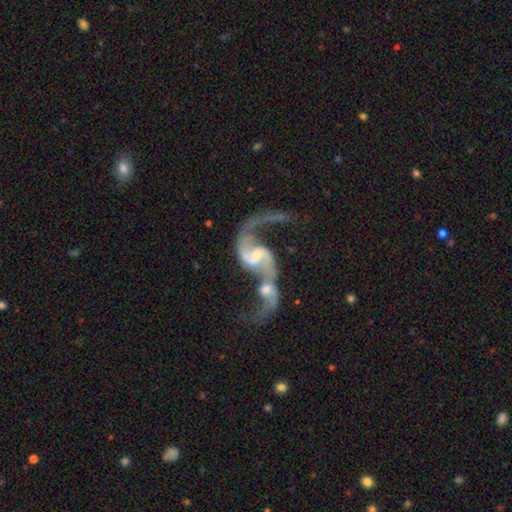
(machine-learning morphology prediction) A featured or disk galaxy (89%) with a weak bar (46%), 2 (86%) loose (77%) spiral arms (95%) and a small central bulge (50%). Merging: merger (71%).